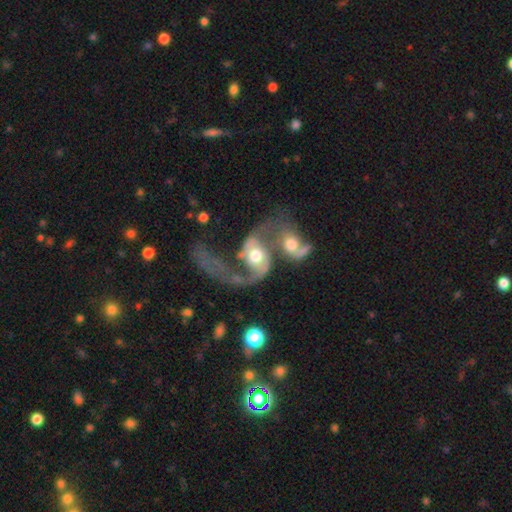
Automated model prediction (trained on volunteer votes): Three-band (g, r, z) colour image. It shows a featured or disk galaxy (78%) with no bar (62%), 2 (76%) loose (65%) spiral arms (88%) and a moderate central bulge (60%). Merging: merger (68%).